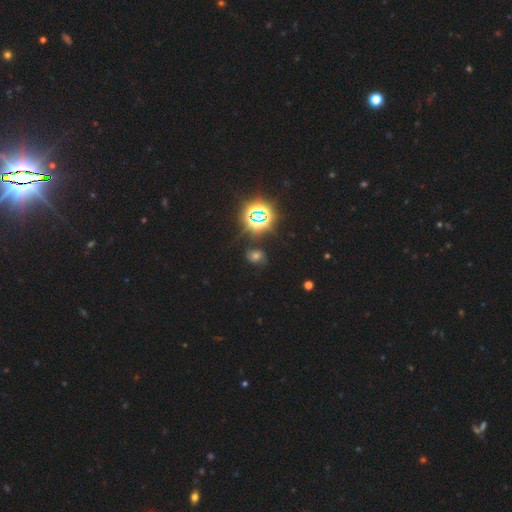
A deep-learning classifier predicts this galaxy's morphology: type=star or artifact (42%).